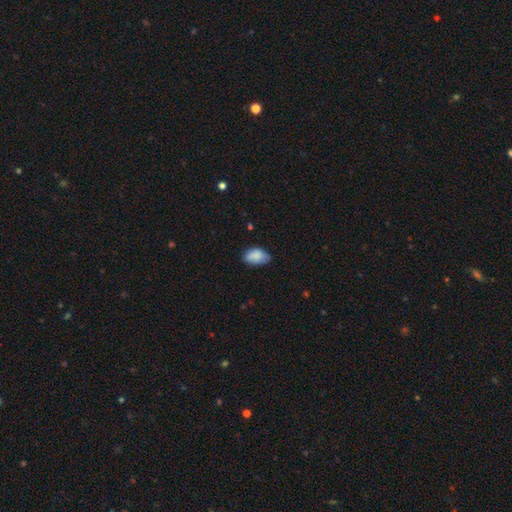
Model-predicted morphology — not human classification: smooth_or_featured: smooth (p=0.84) [alt: featured or disk p=0.09]
how_rounded: in between (p=0.91) [alt: round p=0.07]
merging: none (p=0.62) [alt: minor disturbance p=0.31]